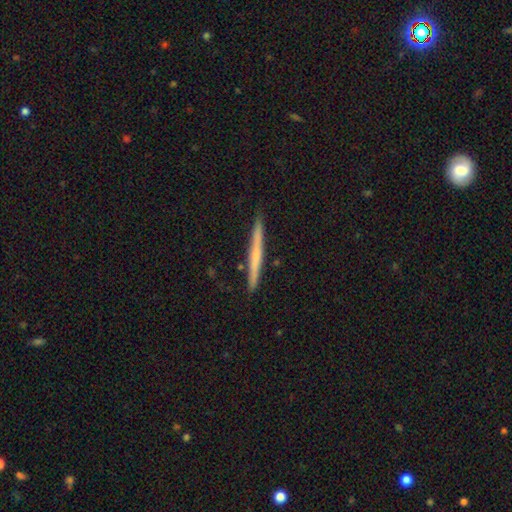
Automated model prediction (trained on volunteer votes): Q: Smooth or featured?
A: featured or disk (50%); runner-up: smooth (44%)
Q: Edge-on disk?
A: yes (98%); runner-up: no (2%)
Q: Merging?
A: none (91%); runner-up: minor disturbance (6%)